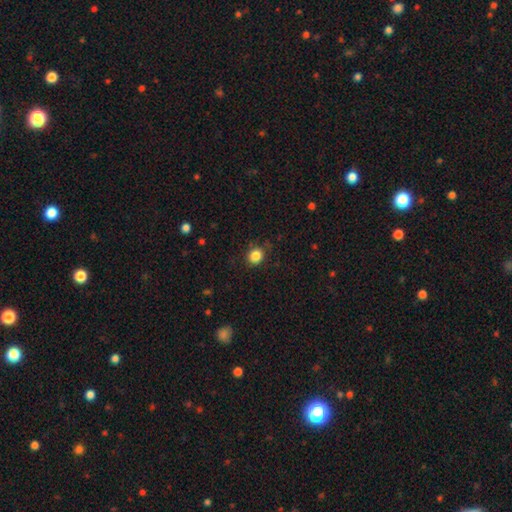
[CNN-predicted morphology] The model was most divided on "how rounded": round: 80%, in between: 19%, cigar-shaped: 1%. More confident: smooth or featured — smooth (85%); merging — none (84%).